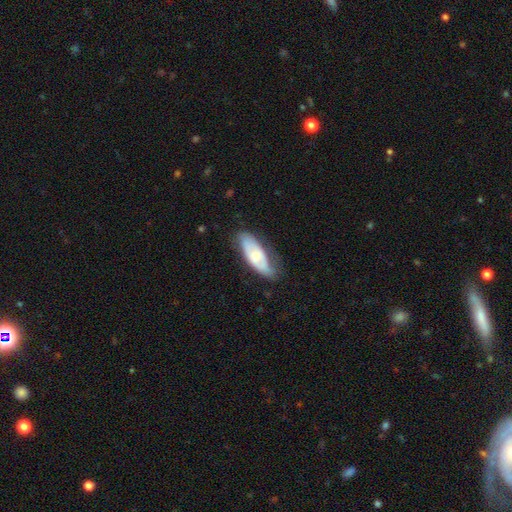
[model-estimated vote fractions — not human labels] Overall: smooth (52%; featured or disk 42%). How rounded: in between (74%). Merging: none (63%; minor disturbance 27%).